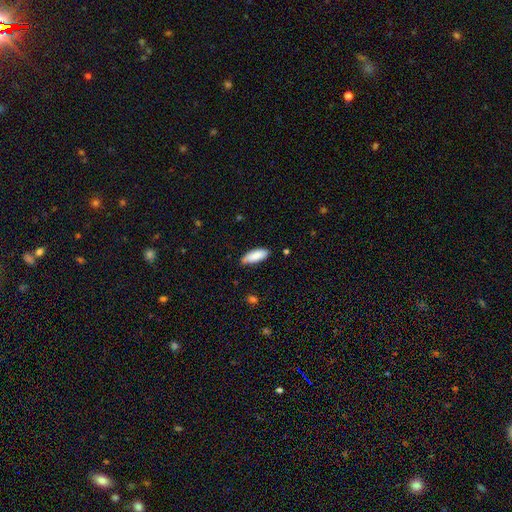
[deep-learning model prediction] This is clearly a smooth galaxy (87%). How rounded: likely in between (69%). Merging: clearly none (82%).